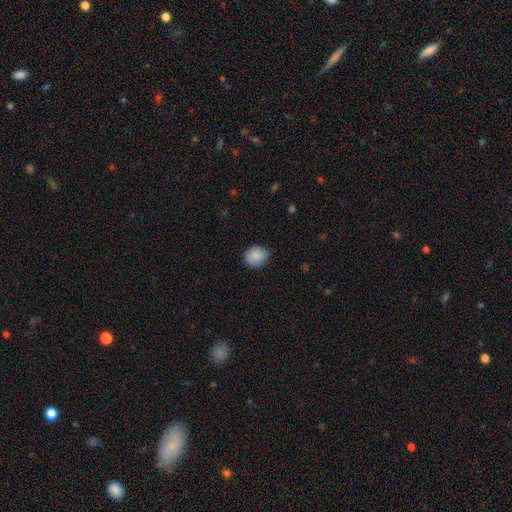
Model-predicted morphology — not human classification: Smooth or featured?
  - smooth: 84% *
  - featured or disk: 9%
  - star or artifact: 7%
How rounded?
  - round: 72% *
  - in between: 27%
  - cigar-shaped: 1%
Merging?
  - none: 81% *
  - minor disturbance: 15%
  - major disturbance: 3%
  - merger: 1%